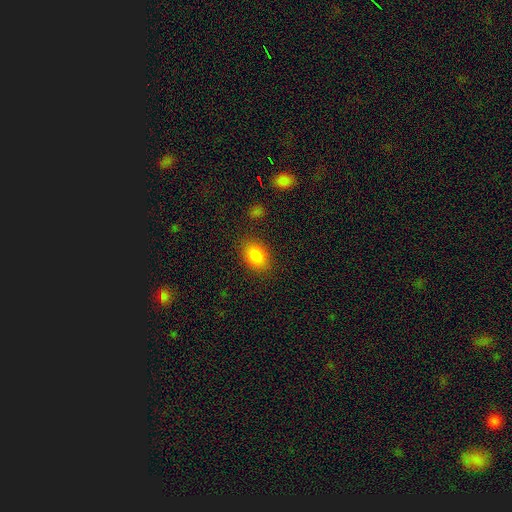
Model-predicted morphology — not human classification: smooth_or_featured: smooth (p=0.86) [alt: star or artifact p=0.09]
how_rounded: in between (p=0.80) [alt: round p=0.18]
merging: none (p=0.84) [alt: minor disturbance p=0.11]